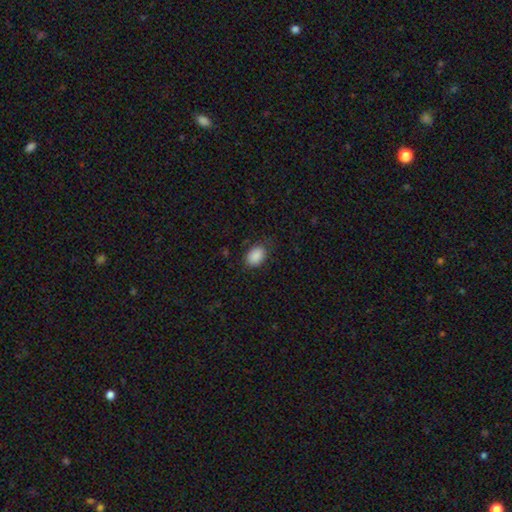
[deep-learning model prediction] Q: Smooth or featured?
A: smooth (89%); runner-up: star or artifact (7%)
Q: How rounded?
A: in between (81%); runner-up: round (18%)
Q: Merging?
A: none (78%); runner-up: minor disturbance (16%)